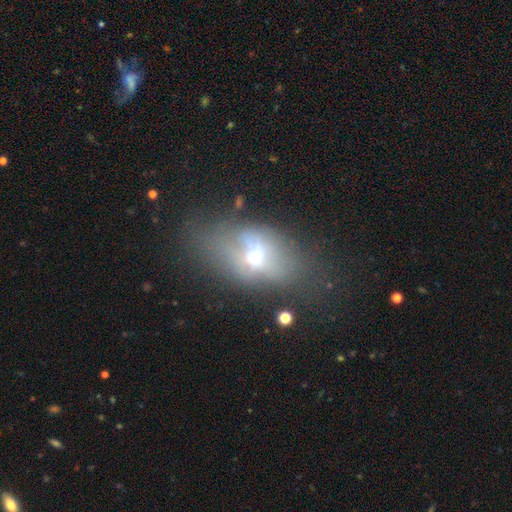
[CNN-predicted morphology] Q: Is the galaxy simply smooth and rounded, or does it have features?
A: smooth — 44%.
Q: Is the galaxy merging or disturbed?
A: none — 39%.